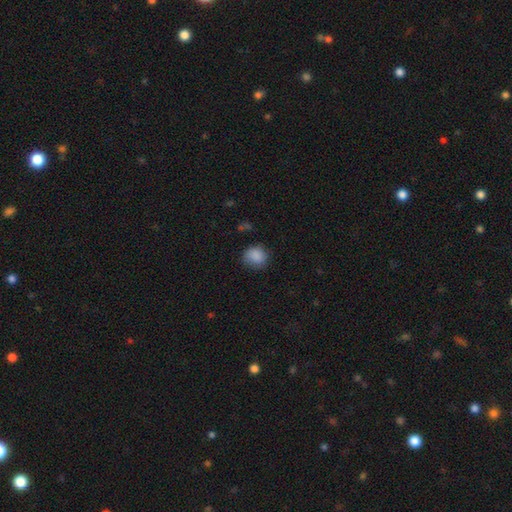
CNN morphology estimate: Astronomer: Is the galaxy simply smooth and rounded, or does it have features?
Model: smooth — 87%.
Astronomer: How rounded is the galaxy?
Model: round — 74%.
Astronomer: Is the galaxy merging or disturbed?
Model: none — 73%.